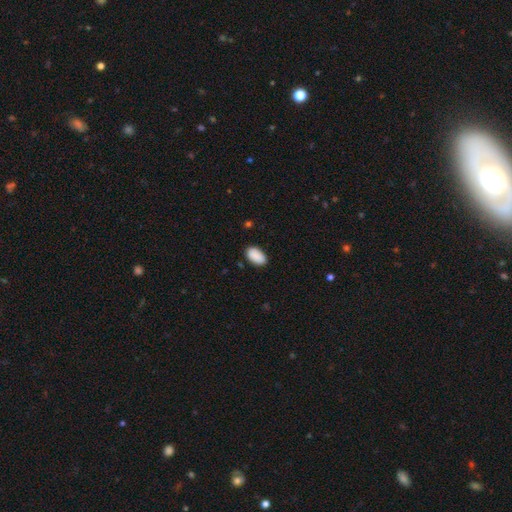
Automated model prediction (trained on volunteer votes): smooth 90%, star or artifact 7%, featured or disk 3%. Down the decision tree: how rounded — in between (95%); merging — none (86%).